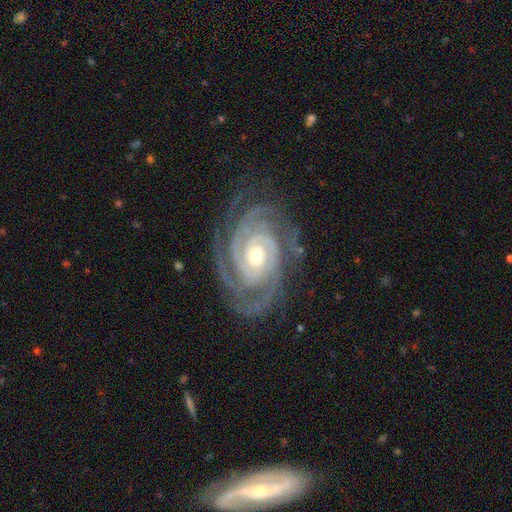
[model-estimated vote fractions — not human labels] Smooth or featured?
  - featured or disk: 93% *
  - star or artifact: 4%
  - smooth: 3%
Edge-on disk?
  - no: 97% *
  - yes: 3%
Bar?
  - no: 62% *
  - weak: 24%
  - strong: 13%
Spiral arms?
  - yes: 99% *
  - no: 1%
Spiral winding?
  - tight: 80% *
  - medium: 18%
  - loose: 2%
Spiral arm count?
  - 3: 37% *
  - 2: 24%
  - 4: 17%
  - can't tell: 10%
  - more than 4: 7%
  - 1: 6%
Bulge size?
  - moderate: 59% *
  - small: 35%
  - large: 4%
  - none: 1%
  - dominant: 1%
Merging?
  - none: 78% *
  - minor disturbance: 16%
  - major disturbance: 5%
  - merger: 1%